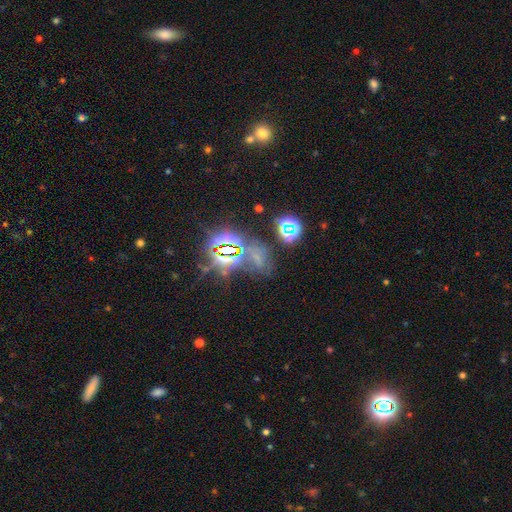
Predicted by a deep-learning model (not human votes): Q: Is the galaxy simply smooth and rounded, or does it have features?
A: star or artifact — 63%.